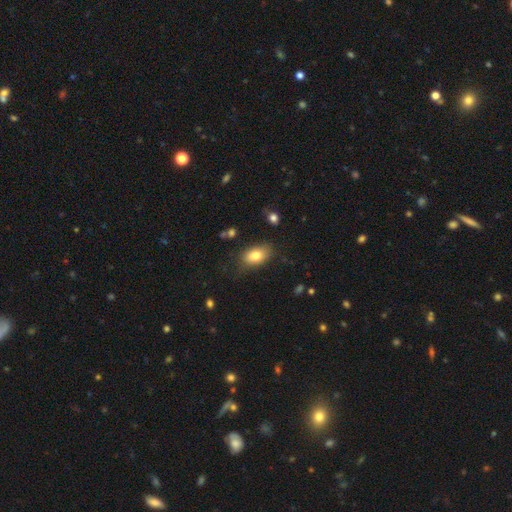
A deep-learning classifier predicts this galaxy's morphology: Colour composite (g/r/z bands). It shows a smooth galaxy with no disk features (80%) that is in between round and cigar-shaped (89%). Merging: none (74%).